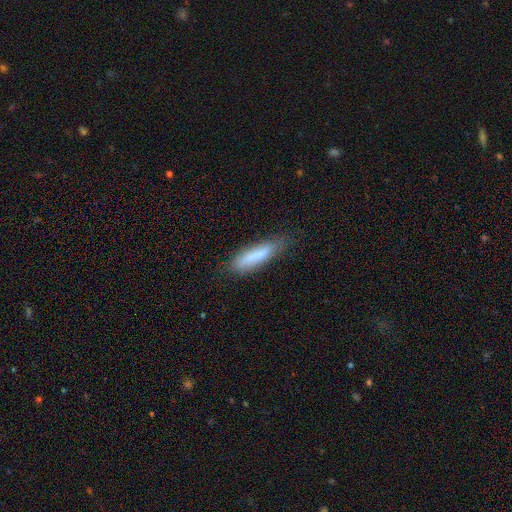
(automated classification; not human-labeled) This is likely a smooth galaxy (76%). How rounded: likely cigar-shaped (73%). Merging: likely none (74%).